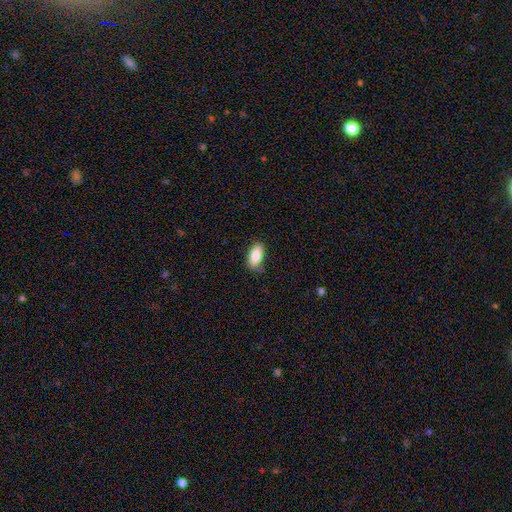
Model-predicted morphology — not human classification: type=smooth (84%); roundness=in between (91%); merging=none (76%).